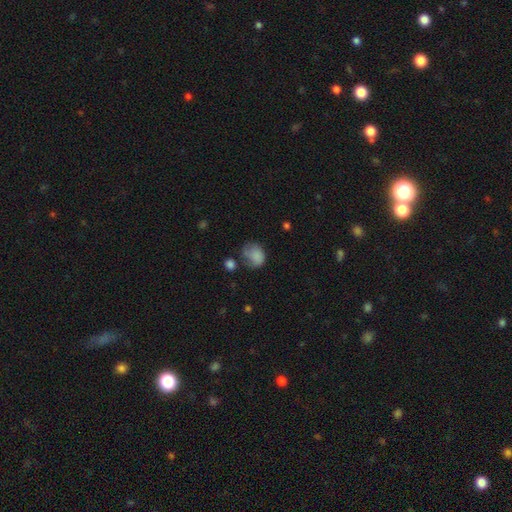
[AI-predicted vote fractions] Smooth or featured? Predicted: smooth (p=0.73). How rounded? Predicted: in between (p=0.53). Merging? Predicted: none (p=0.38).